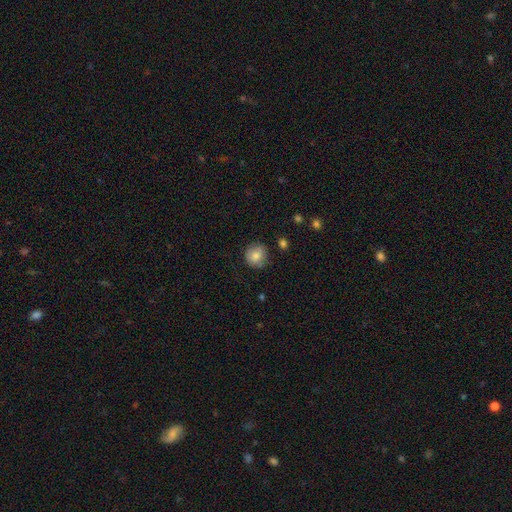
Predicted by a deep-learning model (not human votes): Smooth or featured: smooth — 81% (featured or disk — 10%)
How rounded: round — 88% (in between — 11%)
Merging: none — 79% (minor disturbance — 16%)